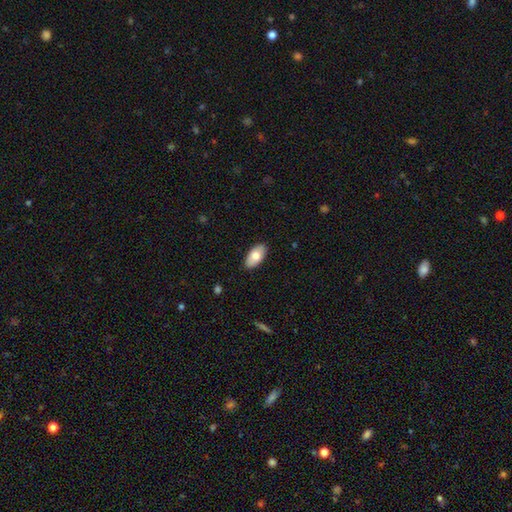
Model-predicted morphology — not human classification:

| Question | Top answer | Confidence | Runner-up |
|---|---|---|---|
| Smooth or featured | smooth | 75% | featured or disk (19%) |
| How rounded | in between | 95% | round (3%) |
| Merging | none | 87% | minor disturbance (10%) |